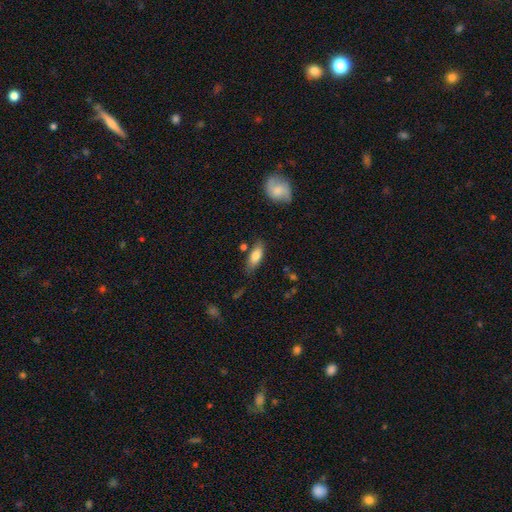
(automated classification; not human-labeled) smooth 79%, featured or disk 14%, star or artifact 7%. Down the decision tree: how rounded — in between (78%); merging — none (70%).